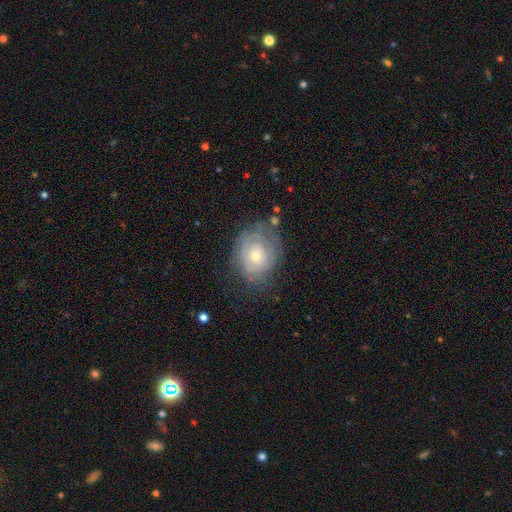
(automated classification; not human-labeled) A featured or disk galaxy (55%) with no bar (80%), spiral arms (68%) and a small central bulge (52%). Merging: none (63%).